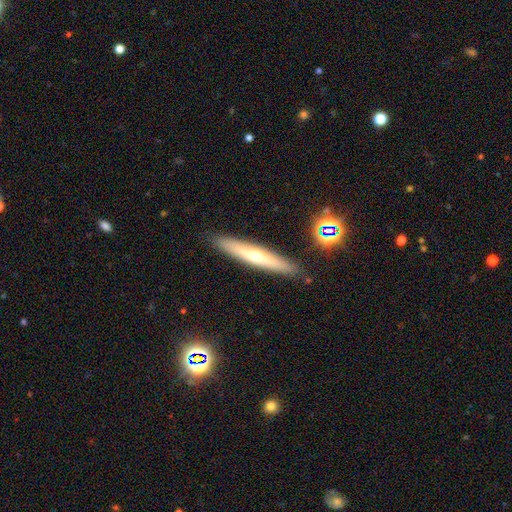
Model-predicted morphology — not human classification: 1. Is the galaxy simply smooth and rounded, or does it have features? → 51% featured or disk, 41% smooth, 8% star or artifact.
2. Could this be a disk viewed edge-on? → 88% yes, 12% no.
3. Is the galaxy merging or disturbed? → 90% none, 7% minor disturbance, 2% major disturbance, 2% merger.